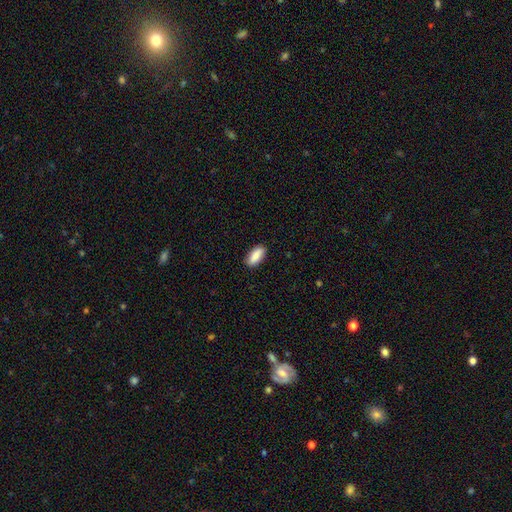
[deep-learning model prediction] Smooth or featured: smooth — 86% (featured or disk — 8%)
How rounded: in between — 85% (cigar-shaped — 12%)
Merging: none — 88% (minor disturbance — 9%)